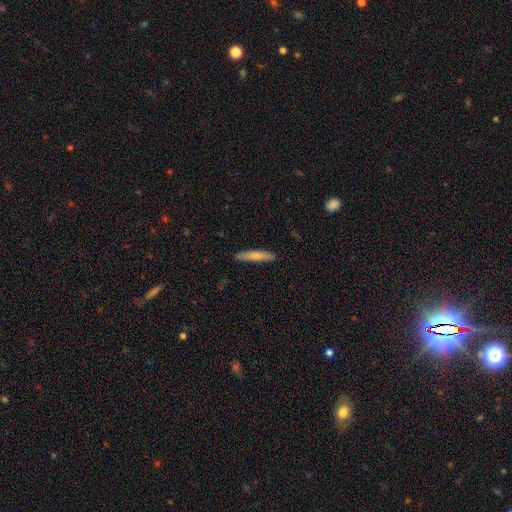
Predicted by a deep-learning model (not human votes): Smooth or featured? Predicted: smooth (p=0.77). How rounded? Predicted: cigar-shaped (p=0.88). Merging? Predicted: none (p=0.89).